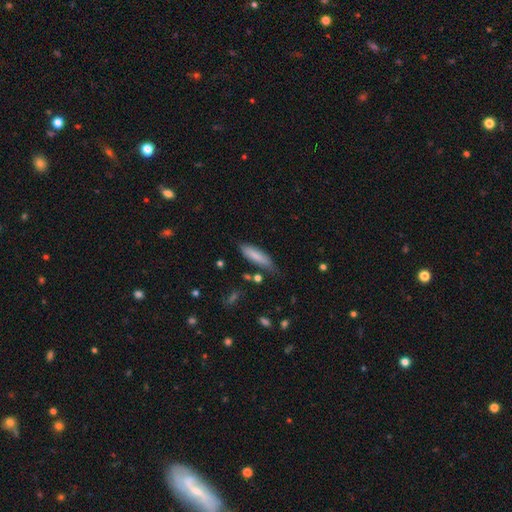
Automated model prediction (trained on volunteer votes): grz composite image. It shows a smooth galaxy with no disk features (79%) that is cigar-shaped (58%). Merging: none (69%).